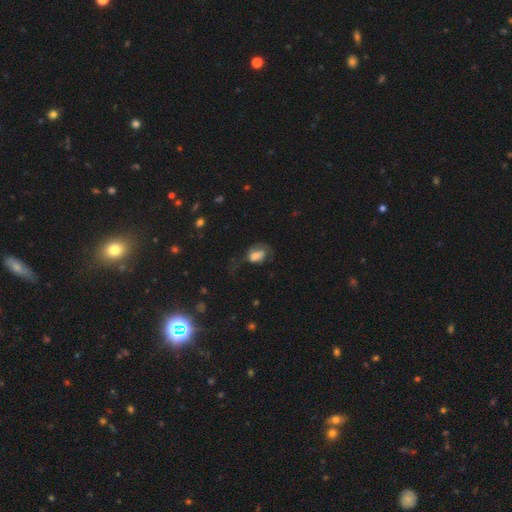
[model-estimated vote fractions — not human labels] Smooth or featured: smooth — 59% (featured or disk — 31%)
How rounded: in between — 69% (round — 29%)
Merging: major disturbance — 42% (none — 31%)